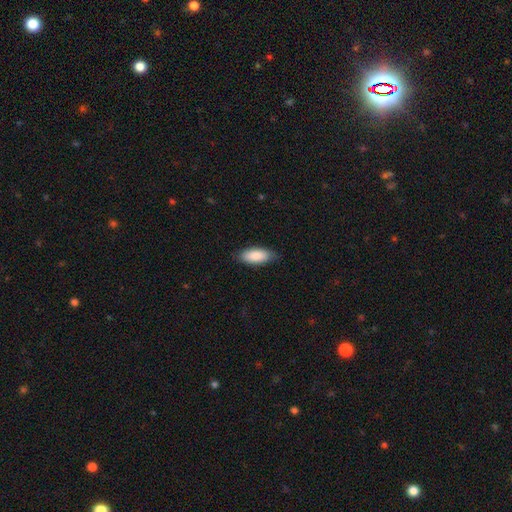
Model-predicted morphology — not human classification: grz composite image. It shows a smooth galaxy with no disk features (88%) that is in between round and cigar-shaped (85%). Merging: none (82%).